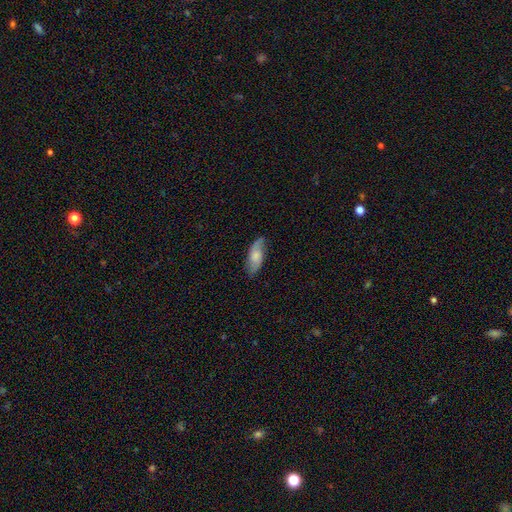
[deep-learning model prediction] Smooth or featured? Predicted: smooth (p=0.49). Merging? Predicted: none (p=0.76).